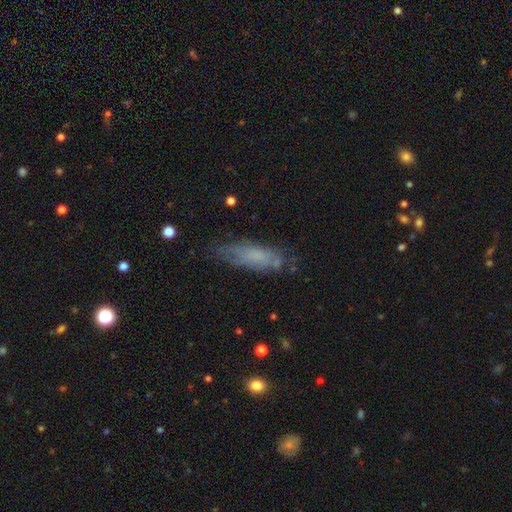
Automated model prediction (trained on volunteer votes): smooth 54%, featured or disk 35%, star or artifact 11%. Down the decision tree: how rounded — in between (53%); merging — none (68%).